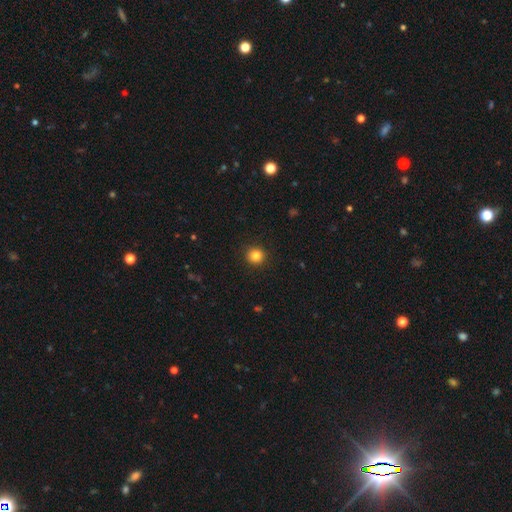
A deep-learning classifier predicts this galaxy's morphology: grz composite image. It shows a smooth galaxy with no disk features (83%) that is round (93%). Merging: none (92%).